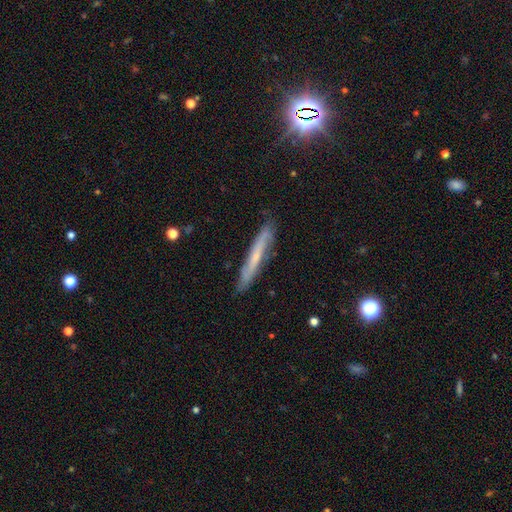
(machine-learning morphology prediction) Smooth or featured? featured or disk (50%)
Merging? none (82%)